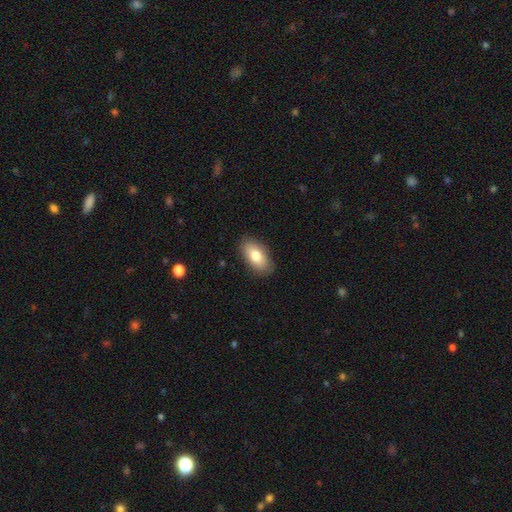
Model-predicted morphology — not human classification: Smooth or featured: smooth — 79% (featured or disk — 15%)
How rounded: in between — 93% (round — 4%)
Merging: none — 87% (minor disturbance — 10%)